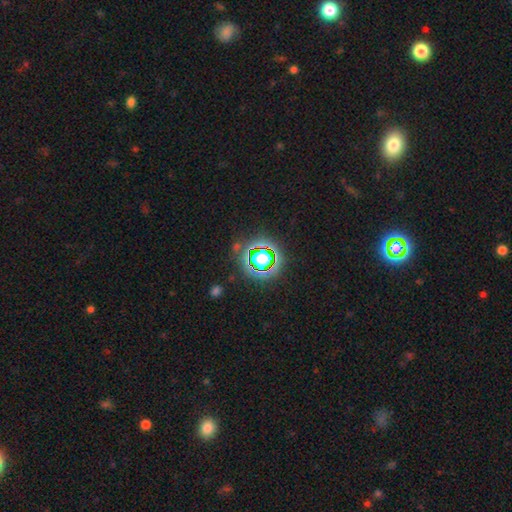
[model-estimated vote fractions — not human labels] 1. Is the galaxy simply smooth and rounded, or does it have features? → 78% star or artifact, 14% smooth, 8% featured or disk.